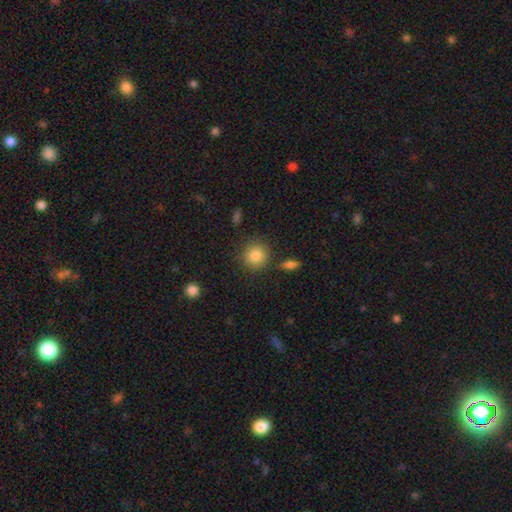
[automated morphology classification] Smooth or featured: smooth — 84% (star or artifact — 9%)
How rounded: round — 90% (in between — 9%)
Merging: none — 83% (minor disturbance — 9%)